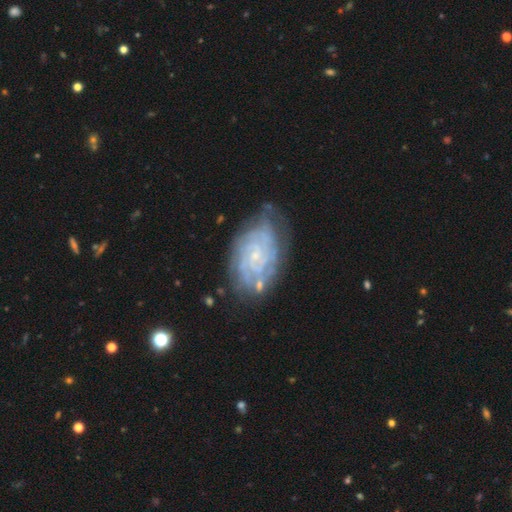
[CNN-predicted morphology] A featured or disk galaxy (83%) with no bar (73%), tight (75%) spiral arms (94%) and a small central bulge (81%).

Vote fractions:
- Smooth or featured? featured or disk: 83% / smooth: 10% / star or artifact: 7%
- Edge-on disk? no: 96% / yes: 4%
- Bar? no: 73% / weak: 22% / strong: 5%
- Spiral arms? yes: 94% / no: 6%
- Spiral winding? tight: 75% / medium: 20% / loose: 4%
- Spiral arm count? can't tell: 40% / 4: 19% / 3: 13% / 2: 13% / more than 4: 9% / 1: 5%
- Bulge size? small: 81% / moderate: 12% / none: 5% / large: 1% / dominant: 1%
- Merging? none: 66% / minor disturbance: 23% / major disturbance: 8% / merger: 3%